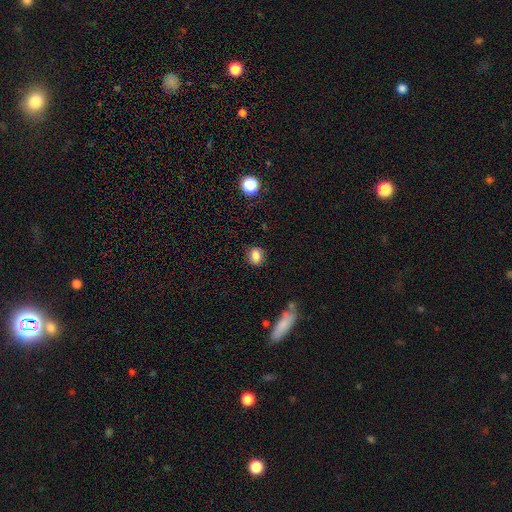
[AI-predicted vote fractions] A smooth galaxy with no disk features (82%) that is in between round and cigar-shaped (55%).

Vote fractions:
- Smooth or featured? smooth: 82% / star or artifact: 10% / featured or disk: 8%
- How rounded? in between: 55% / round: 43% / cigar-shaped: 2%
- Merging? none: 81% / minor disturbance: 14% / major disturbance: 4% / merger: 2%